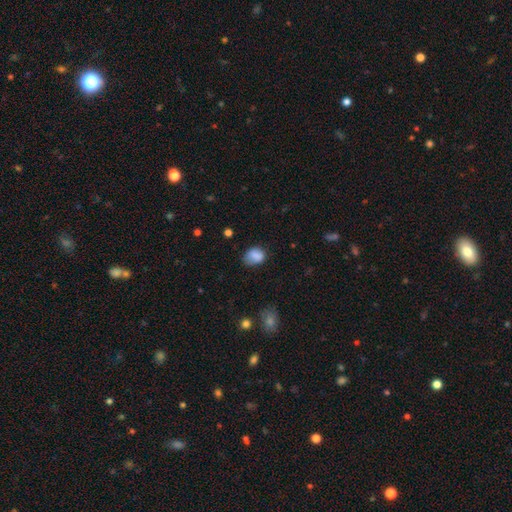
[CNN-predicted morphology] smooth-or-featured: smooth: 82% | star or artifact: 9% | featured or disk: 9%
  how-rounded: in between: 60% | round: 39% | cigar-shaped: 1%
  merging: none: 62% | minor disturbance: 27% | major disturbance: 8% | merger: 3%